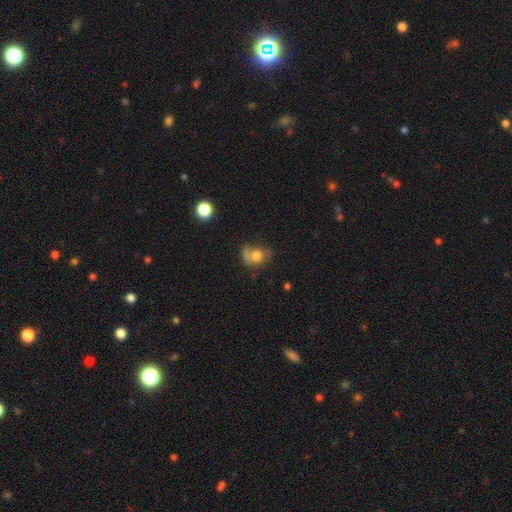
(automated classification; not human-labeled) The model was most divided on "merging": none: 39%, minor disturbance: 29%, major disturbance: 24%, merger: 8%. More confident: smooth or featured — smooth (65%); how rounded — round (60%).